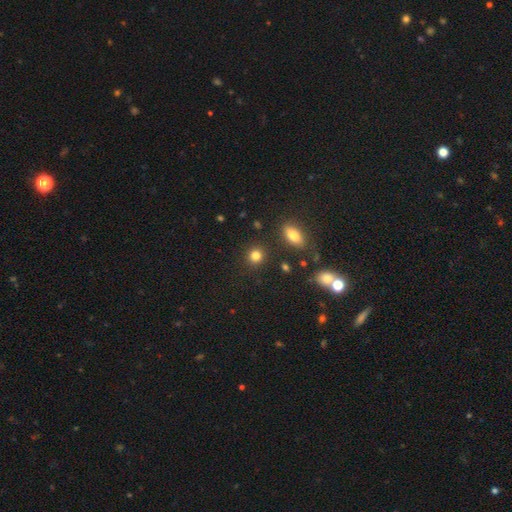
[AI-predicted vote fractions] This appears to be a smooth galaxy with no disk features (84%) that is round (84%). Merging: none (88%).